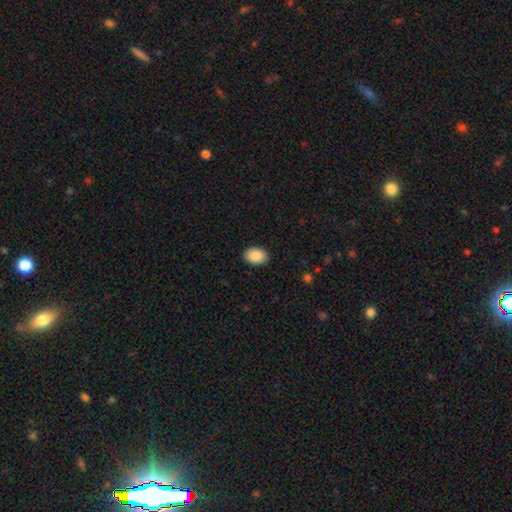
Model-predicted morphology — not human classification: This appears to be a smooth galaxy with no disk features (90%) that is in between round and cigar-shaped (84%). Merging: none (89%).